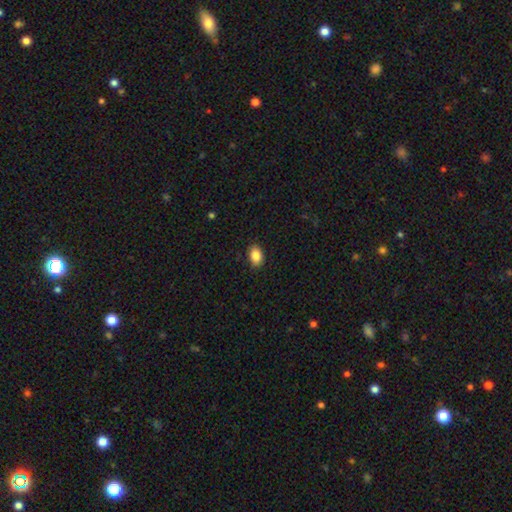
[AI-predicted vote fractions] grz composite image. It shows a smooth galaxy with no disk features (88%) that is in between round and cigar-shaped (87%). Merging: none (89%).